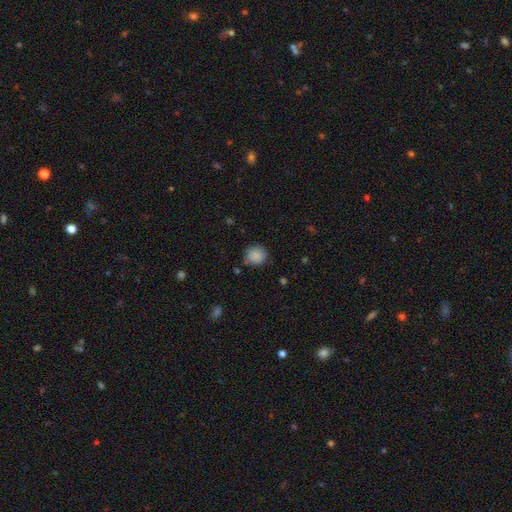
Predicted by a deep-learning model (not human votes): Smooth or featured? Predicted: smooth (p=0.87). How rounded? Predicted: round (p=0.88). Merging? Predicted: none (p=0.80).